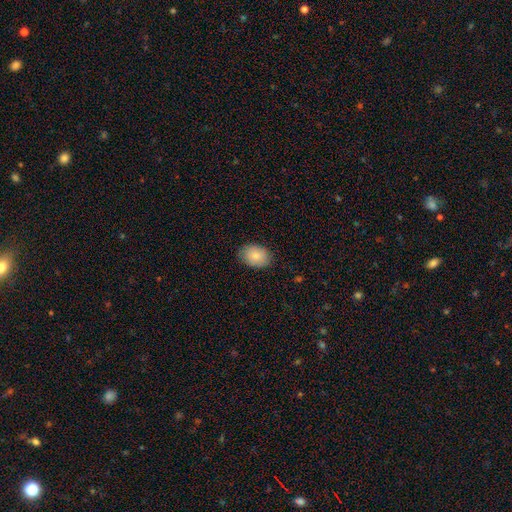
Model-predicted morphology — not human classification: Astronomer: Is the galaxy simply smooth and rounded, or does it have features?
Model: smooth — 87%.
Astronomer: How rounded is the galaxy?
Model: in between — 77%.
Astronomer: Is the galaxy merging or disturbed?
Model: none — 85%.